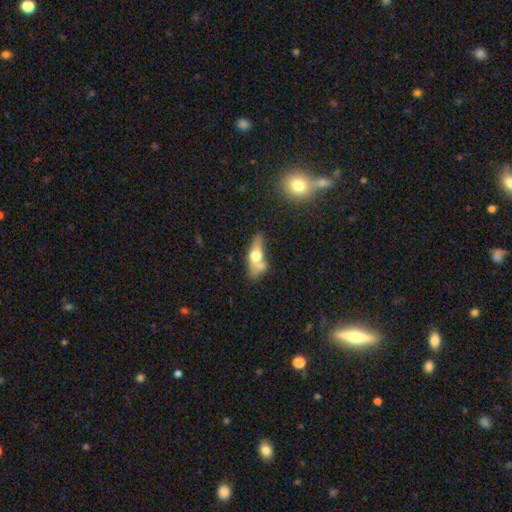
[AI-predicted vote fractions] Overall: featured or disk (47%; smooth 45%). Merging: none (39%; merger 31%).